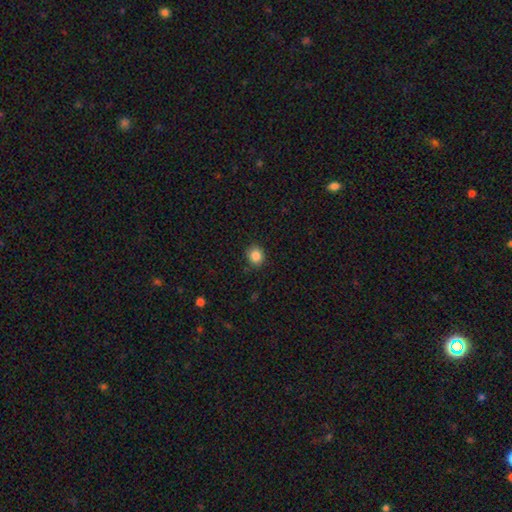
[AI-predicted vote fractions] Q: Smooth or featured?
A: smooth (86%); runner-up: star or artifact (10%)
Q: How rounded?
A: round (78%); runner-up: in between (21%)
Q: Merging?
A: none (87%); runner-up: minor disturbance (9%)